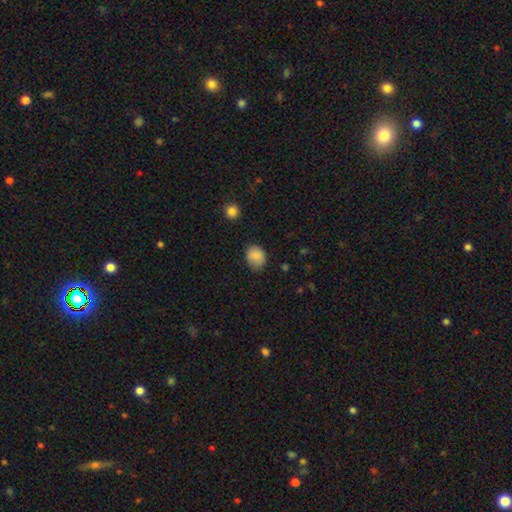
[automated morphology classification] Smooth or featured? smooth (86%)
How rounded? round (53%)
Merging? none (71%)